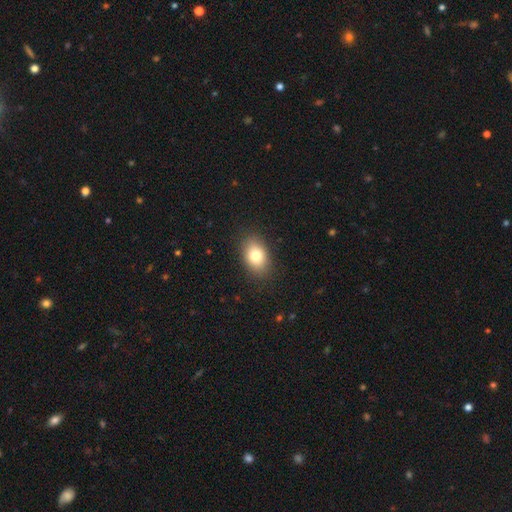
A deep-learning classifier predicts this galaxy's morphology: smooth-or-featured: smooth: 80% | featured or disk: 11% | star or artifact: 9%
  how-rounded: in between: 82% | round: 17% | cigar-shaped: 1%
  merging: none: 87% | minor disturbance: 9% | major disturbance: 3% | merger: 1%